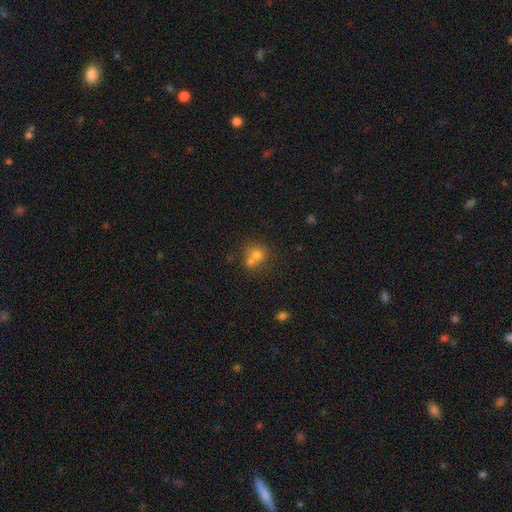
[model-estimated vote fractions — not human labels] The model was most divided on "merging": merger: 51%, none: 38%, minor disturbance: 8%, major disturbance: 3%. More confident: how rounded — round (79%); smooth or featured — smooth (69%).